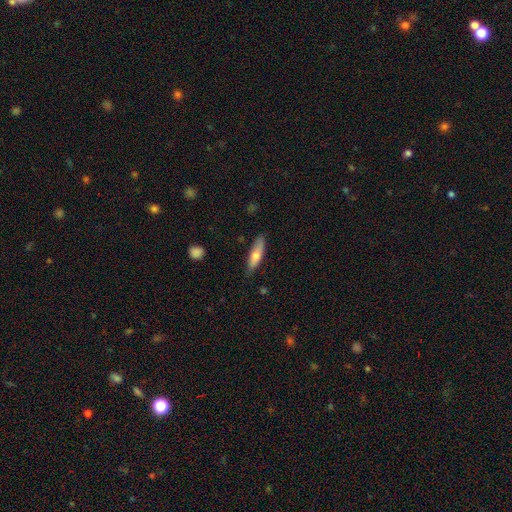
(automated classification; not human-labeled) This is likely a smooth galaxy (70%). How rounded: likely cigar-shaped (62%). Merging: likely none (80%).